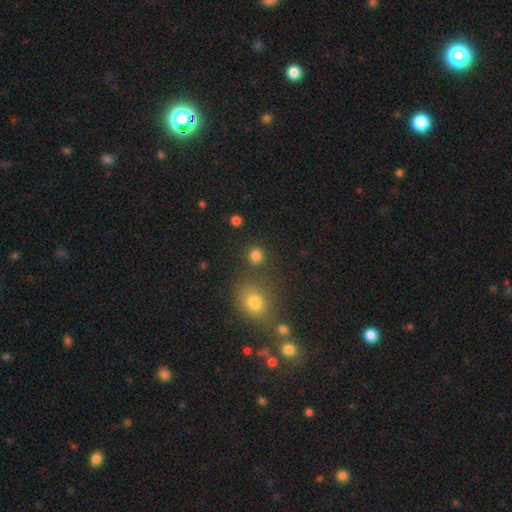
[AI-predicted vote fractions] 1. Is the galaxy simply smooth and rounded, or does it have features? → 82% smooth, 14% star or artifact, 4% featured or disk.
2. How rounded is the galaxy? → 90% round, 9% in between, 1% cigar-shaped.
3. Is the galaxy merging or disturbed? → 82% none, 8% merger, 7% minor disturbance, 3% major disturbance.